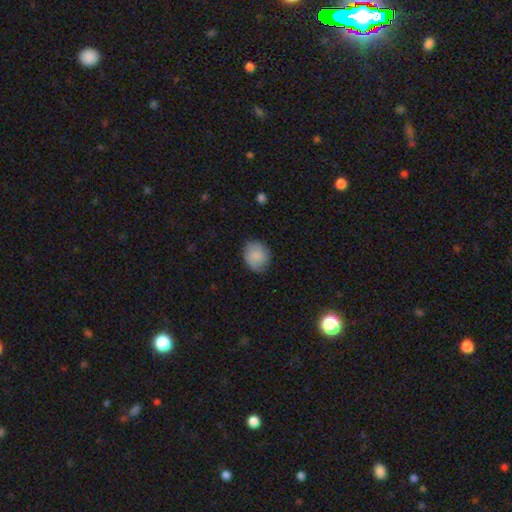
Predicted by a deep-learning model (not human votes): Smooth or featured? Predicted: smooth (p=0.83). How rounded? Predicted: round (p=0.64). Merging? Predicted: none (p=0.79).